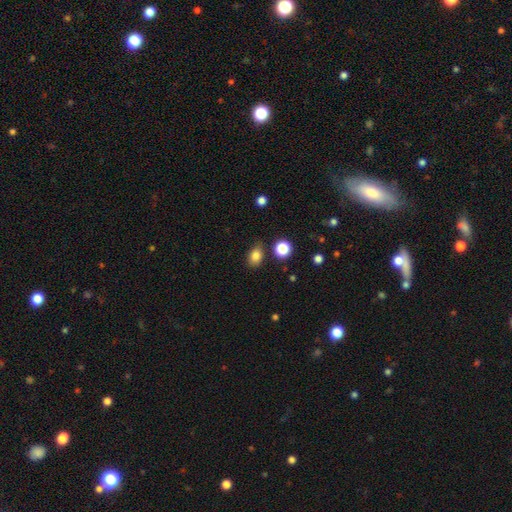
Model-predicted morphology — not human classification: A smooth galaxy with no disk features (83%) that is in between round and cigar-shaped (66%). Merging: none (77%).